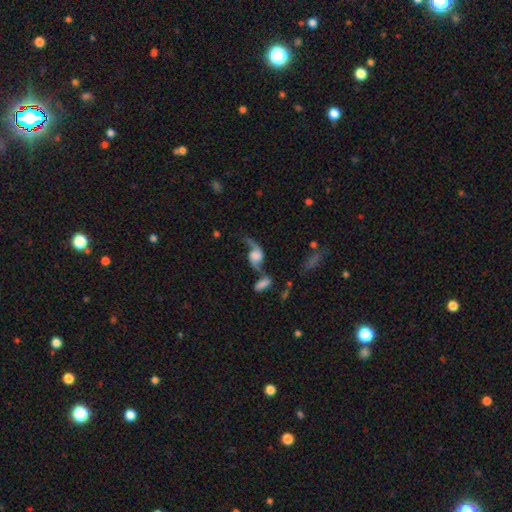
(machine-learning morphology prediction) smooth_or_featured: featured or disk (p=0.70) [alt: smooth p=0.21]
disk_edge_on: no (p=0.93) [alt: yes p=0.07]
bar: no (p=0.64) [alt: weak p=0.28]
has_spiral_arms: yes (p=0.91) [alt: no p=0.09]
spiral_winding: loose (p=0.86) [alt: medium p=0.11]
spiral_arm_count: 2 (p=0.86) [alt: 1 p=0.09]
bulge_size: none (p=0.32) [alt: large p=0.31]
merging: none (p=0.38) [alt: merger p=0.23]